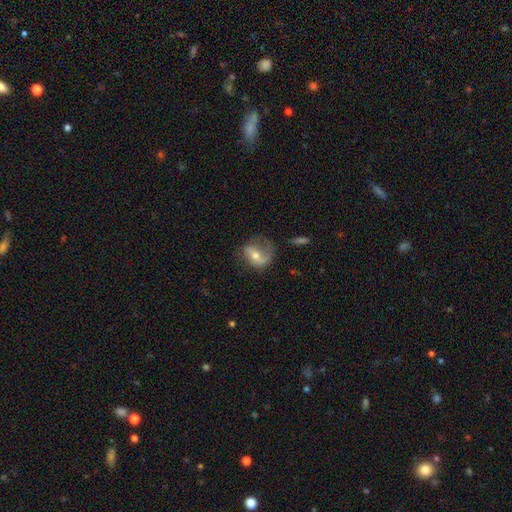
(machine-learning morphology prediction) smooth-or-featured: featured or disk: 64% | smooth: 28% | star or artifact: 8%
  disk-edge-on: no: 95% | yes: 5%
    bar: no: 37% (tied) | weak: 37% (tied) | strong: 26%
    has-spiral-arms: yes: 81% | no: 19%
    bulge-size: moderate: 57% | small: 37% | large: 3% | none: 2% | dominant: 1%
  merging: none: 47% | major disturbance: 26% | minor disturbance: 26% | merger: 2%